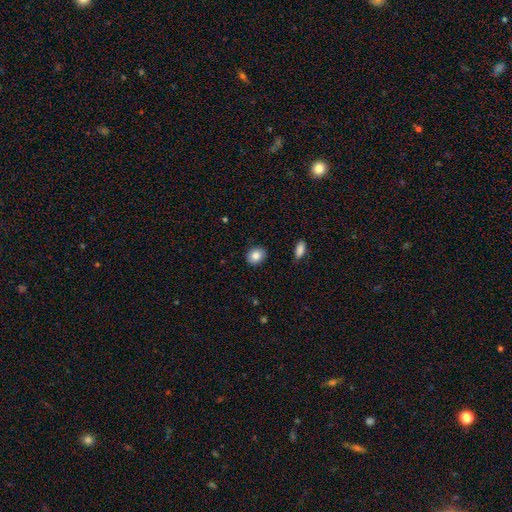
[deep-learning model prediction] This appears to be a smooth galaxy with no disk features (84%) that is round (61%). Merging: none (89%).